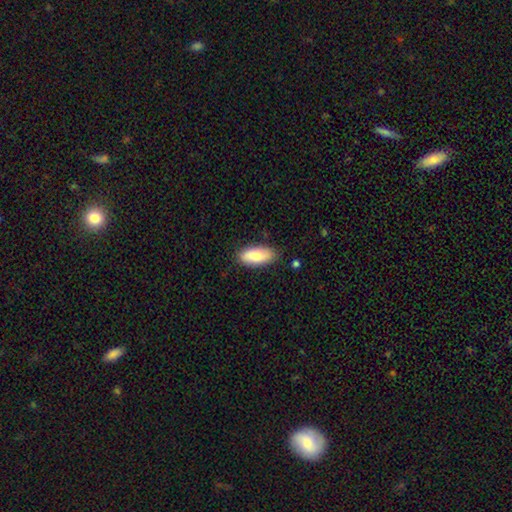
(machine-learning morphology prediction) Overall: smooth (83%). How rounded: in between (88%). Merging: none (82%).